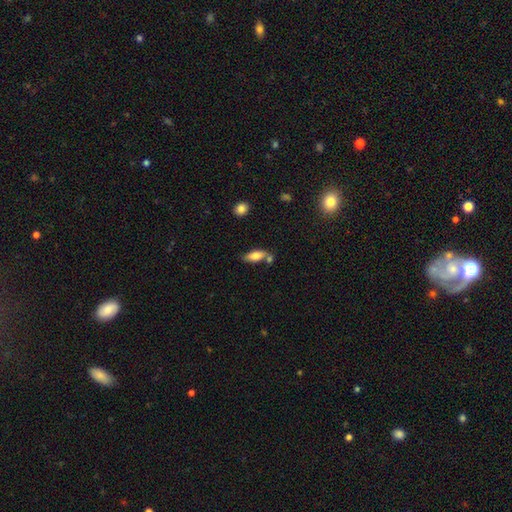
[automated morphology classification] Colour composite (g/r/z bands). It shows a smooth galaxy with no disk features (71%) that is in between round and cigar-shaped (74%). Merging: none (60%).